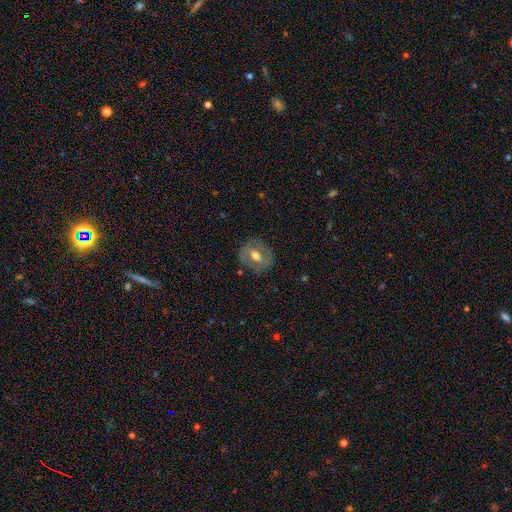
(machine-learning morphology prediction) Q: Smooth or featured?
A: featured or disk (54%); runner-up: smooth (38%)
Q: Edge-on disk?
A: no (93%); runner-up: yes (7%)
Q: Bar?
A: weak (41%); runner-up: no (32%)
Q: Spiral arms?
A: no (59%); runner-up: yes (41%)
Q: Bulge size?
A: moderate (73%); runner-up: small (13%)
Q: Merging?
A: none (78%); runner-up: minor disturbance (15%)